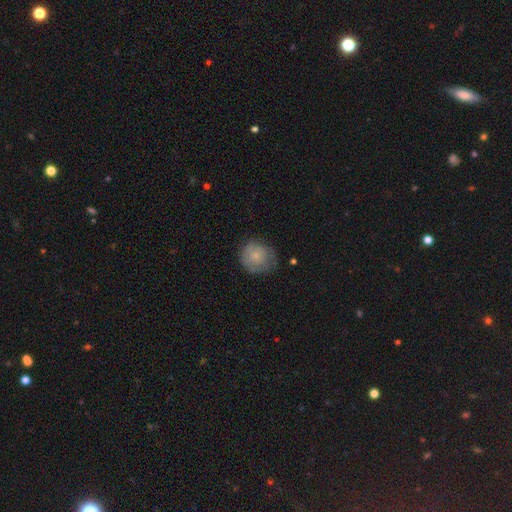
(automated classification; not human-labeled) Smooth or featured? Predicted: smooth (p=0.70). How rounded? Predicted: round (p=0.84). Merging? Predicted: none (p=0.63).